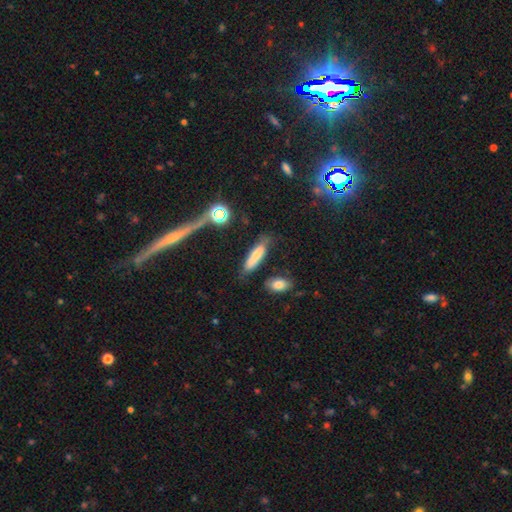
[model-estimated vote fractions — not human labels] This is likely a smooth galaxy (74%). How rounded: likely cigar-shaped (68%). Merging: likely none (67%).